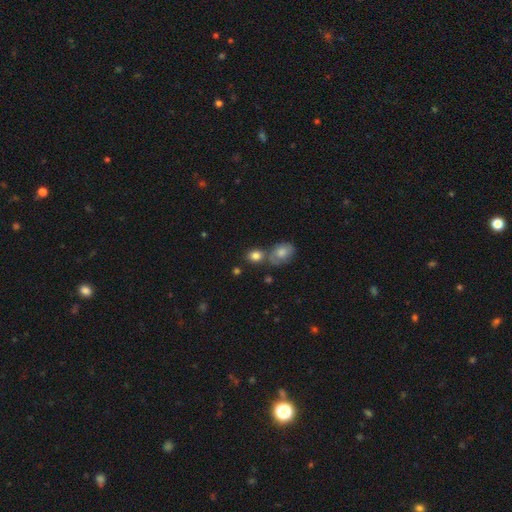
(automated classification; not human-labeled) smooth_or_featured: smooth (p=0.81) [alt: star or artifact p=0.10]
how_rounded: round (p=0.60) [alt: in between p=0.39]
merging: none (p=0.59) [alt: merger p=0.25]